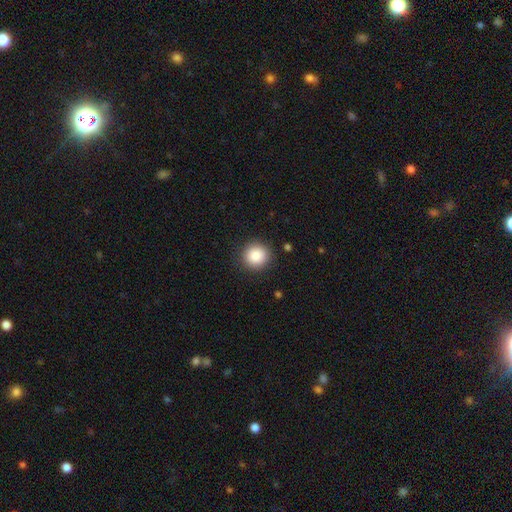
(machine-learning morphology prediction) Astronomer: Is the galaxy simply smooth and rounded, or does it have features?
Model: smooth — 88%.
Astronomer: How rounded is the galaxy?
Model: round — 92%.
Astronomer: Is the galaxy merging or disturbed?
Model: none — 90%.